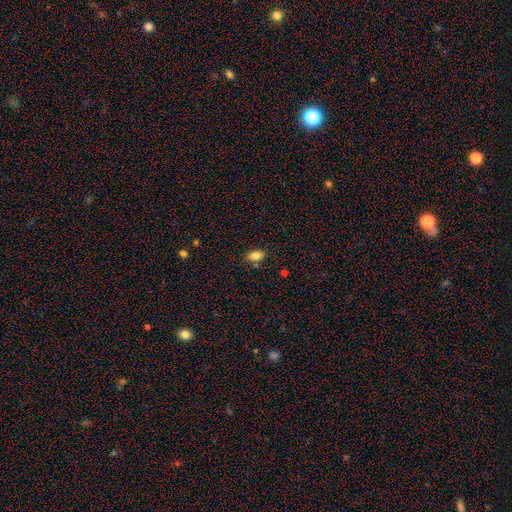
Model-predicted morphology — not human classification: This is clearly a smooth galaxy (83%). How rounded: clearly in between (89%). Merging: likely none (77%).